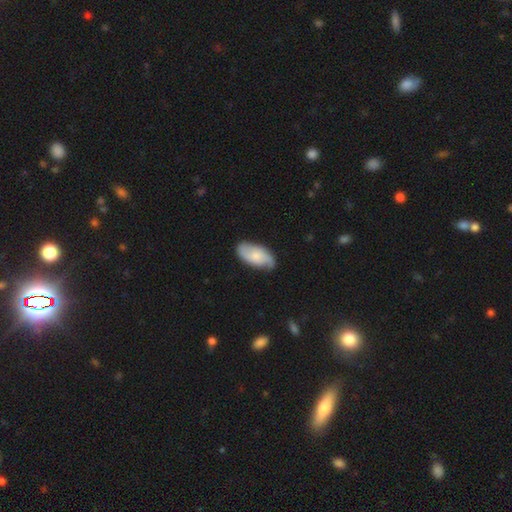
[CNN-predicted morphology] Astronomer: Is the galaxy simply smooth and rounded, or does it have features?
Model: featured or disk — 50% (runner-up: smooth, 45%).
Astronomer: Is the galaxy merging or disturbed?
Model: none — 75%.